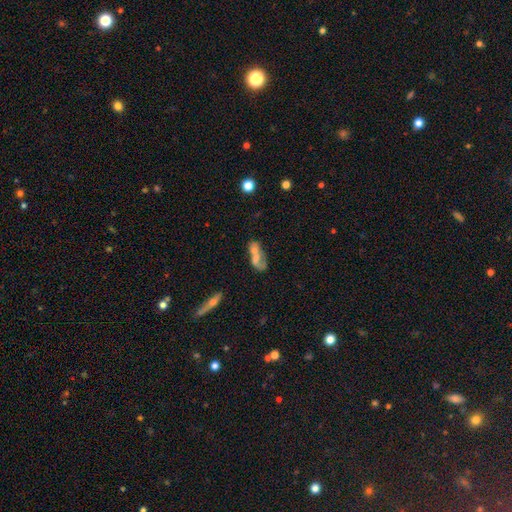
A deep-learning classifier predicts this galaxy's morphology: Overall: smooth (48%; featured or disk 42%). Merging: merger (57%; none 19%).